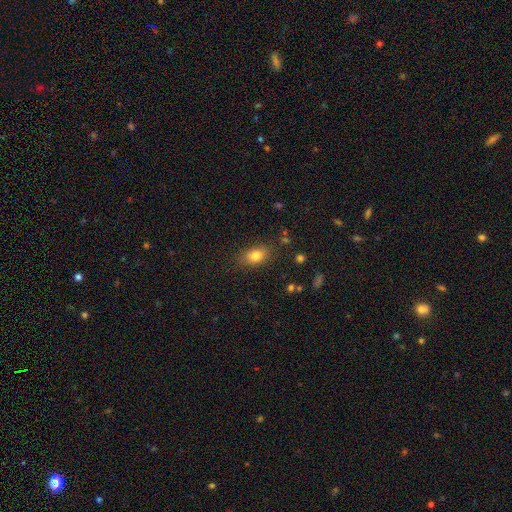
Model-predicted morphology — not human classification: This is clearly a smooth galaxy (80%). How rounded: clearly in between (81%). Merging: clearly none (80%).